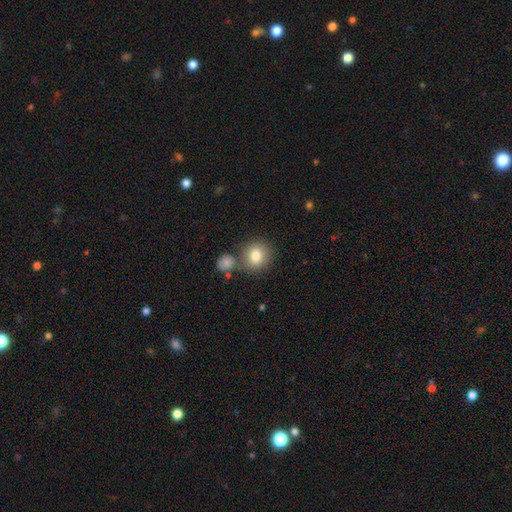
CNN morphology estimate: This appears to be a smooth galaxy with no disk features (81%) that is round (83%). Merging: none (68%).